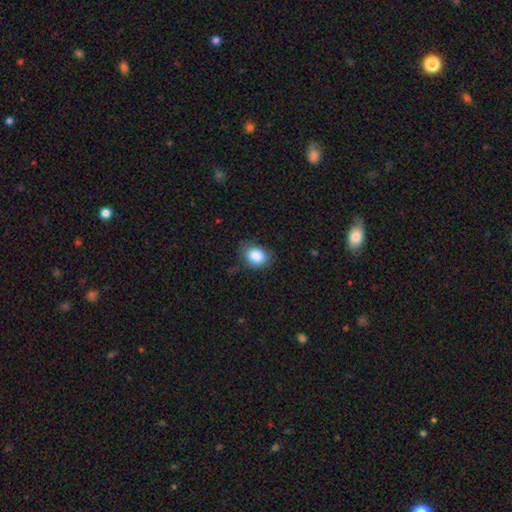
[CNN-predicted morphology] Q: Smooth or featured?
A: smooth (86%); runner-up: star or artifact (8%)
Q: How rounded?
A: in between (61%); runner-up: round (38%)
Q: Merging?
A: none (74%); runner-up: minor disturbance (20%)